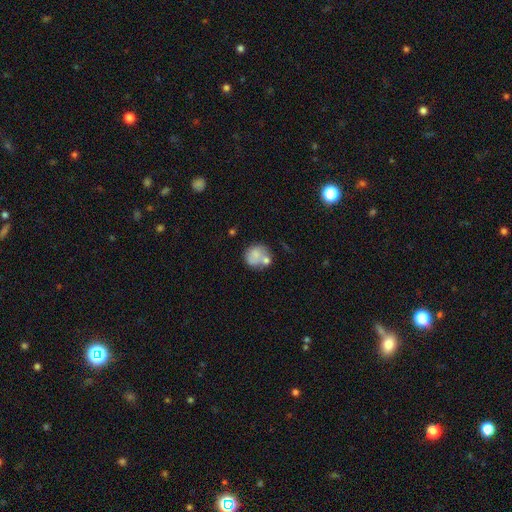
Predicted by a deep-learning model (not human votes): Overall: smooth (69%). How rounded: round (80%). Merging: none (46%; merger 28%).